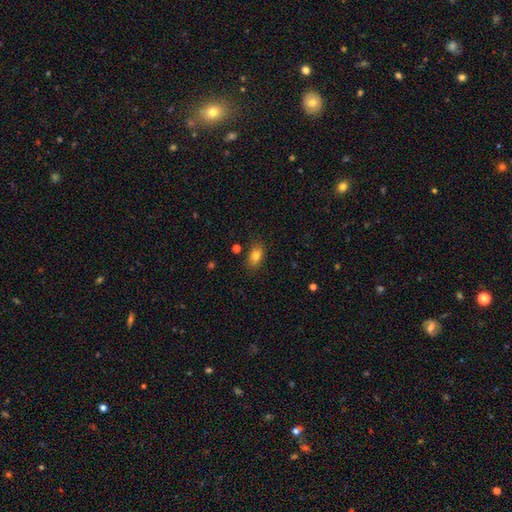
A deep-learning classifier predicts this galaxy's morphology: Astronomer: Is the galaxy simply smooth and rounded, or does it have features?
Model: smooth — 80%.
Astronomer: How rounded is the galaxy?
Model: in between — 84%.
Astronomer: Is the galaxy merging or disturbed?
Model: none — 81%.